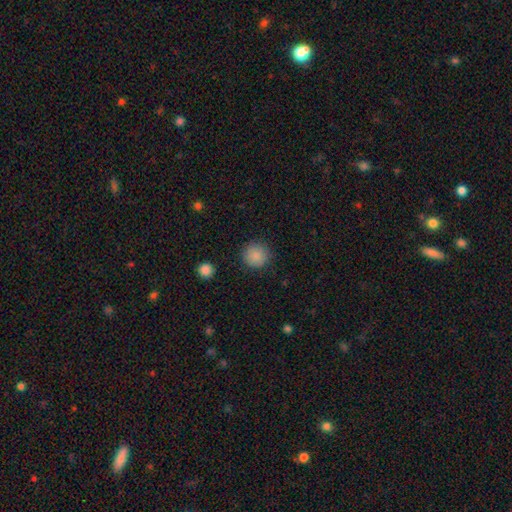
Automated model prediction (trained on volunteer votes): smooth-or-featured: smooth: 87% | star or artifact: 9% | featured or disk: 4%
  how-rounded: round: 94% | in between: 5% | cigar-shaped: 1%
  merging: none: 89% | minor disturbance: 7% | major disturbance: 3% | merger: 1%